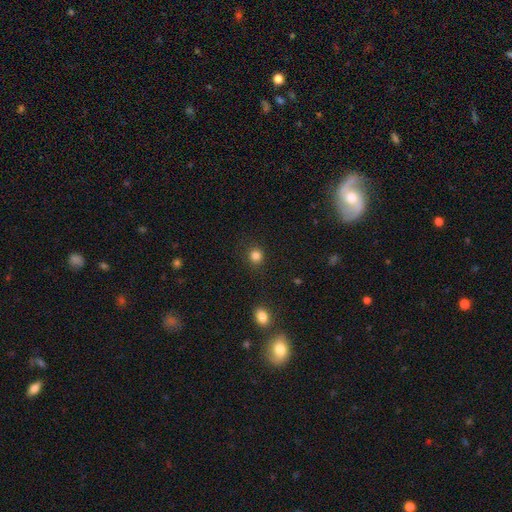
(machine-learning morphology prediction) Overall: smooth (84%). How rounded: round (88%). Merging: none (88%).